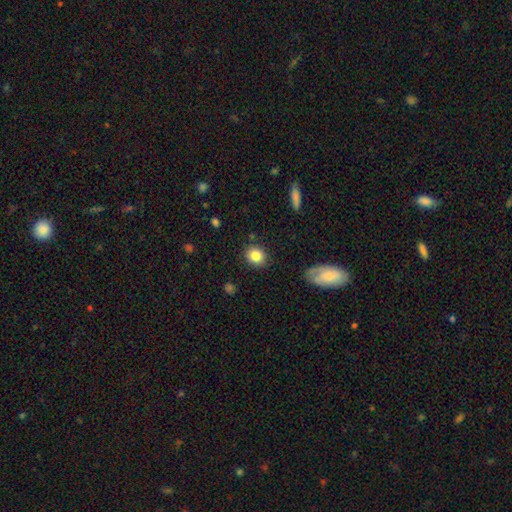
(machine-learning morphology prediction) This appears to be a smooth galaxy with no disk features (84%) that is round (70%). Merging: none (86%).